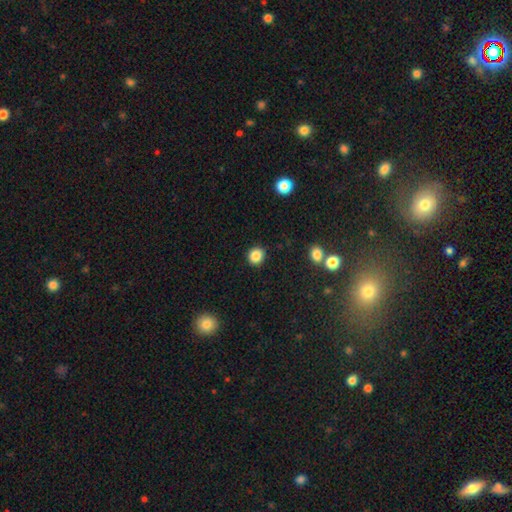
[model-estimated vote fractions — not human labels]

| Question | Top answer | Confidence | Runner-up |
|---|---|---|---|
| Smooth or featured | smooth | 86% | star or artifact (10%) |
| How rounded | round | 86% | in between (13%) |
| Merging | none | 90% | minor disturbance (6%) |